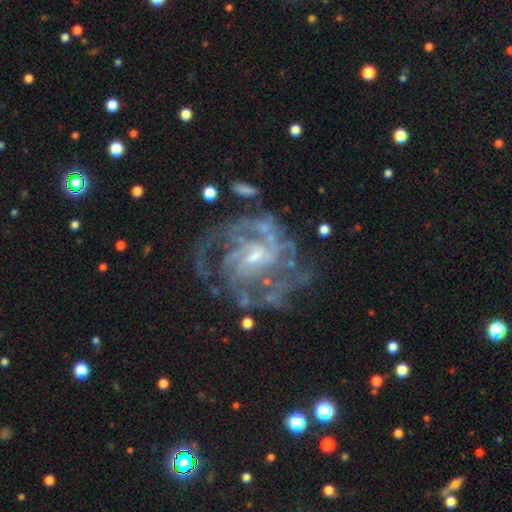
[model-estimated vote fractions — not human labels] The model was most divided on "spiral arm count": can't tell: 28%, 3: 22%, 2: 18%, 4: 18%, more than 4: 8%, 1: 7%. Remaining: edge-on disk — no (98%); spiral arms — yes (96%); smooth or featured — featured or disk (90%); merging — none (60%); bar — weak (52%); bulge size — small (52%); spiral winding — tight (50%).